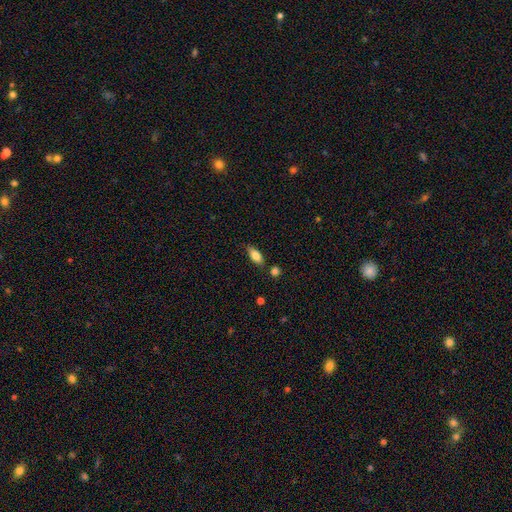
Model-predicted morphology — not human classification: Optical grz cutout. It shows a smooth galaxy with no disk features (78%) that is in between round and cigar-shaped (77%). Merging: none (70%).